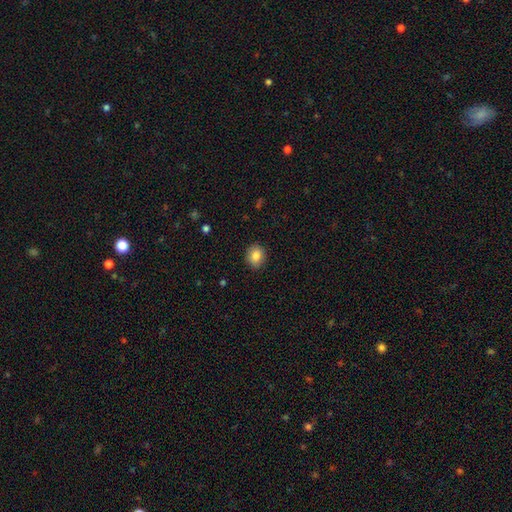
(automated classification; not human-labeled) smooth-or-featured: smooth: 86% | star or artifact: 9% | featured or disk: 6%
  how-rounded: round: 62% | in between: 37% | cigar-shaped: 1%
  merging: none: 89% | minor disturbance: 8% | major disturbance: 2% | merger: 1%